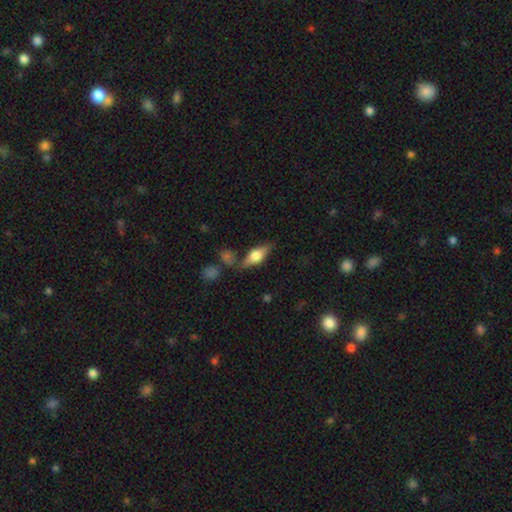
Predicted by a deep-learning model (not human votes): Overall: featured or disk (58%; smooth 35%). Edge-on disk: yes (92%). Edge-on bulge: rounded (92%). Merging: none (75%).